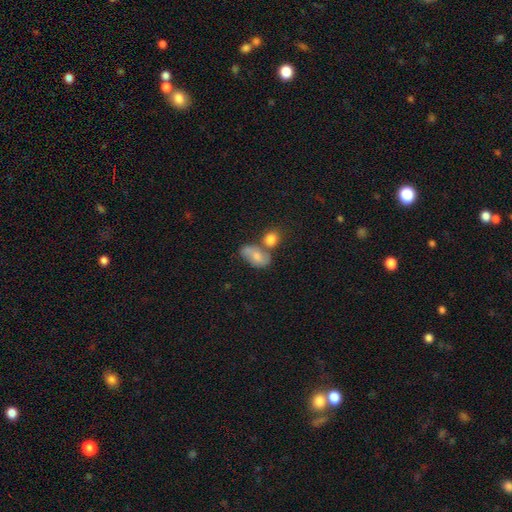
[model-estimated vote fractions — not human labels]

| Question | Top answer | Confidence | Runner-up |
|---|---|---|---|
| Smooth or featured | smooth | 62% | featured or disk (29%) |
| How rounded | in between | 85% | round (12%) |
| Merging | none | 40% | merger (36%) |